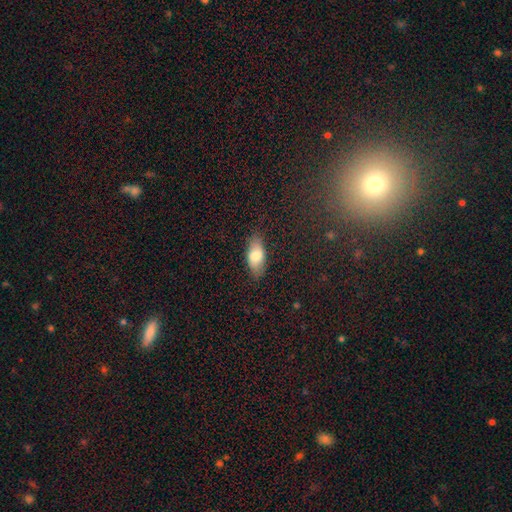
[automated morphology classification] A smooth galaxy with no disk features (78%) that is in between round and cigar-shaped (87%). Merging: none (82%).